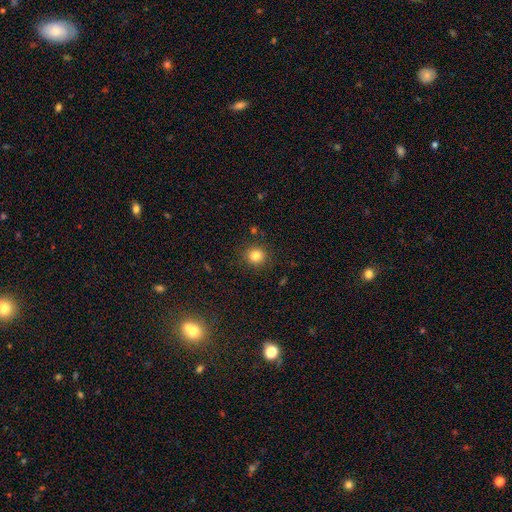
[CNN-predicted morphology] Smooth or featured? Predicted: smooth (p=0.82). How rounded? Predicted: round (p=0.91). Merging? Predicted: none (p=0.89).